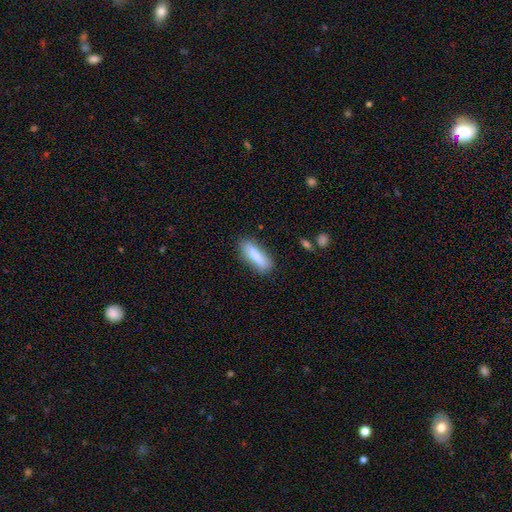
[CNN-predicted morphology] Overall: smooth (82%). How rounded: cigar-shaped (54%; in between 44%). Merging: none (79%).